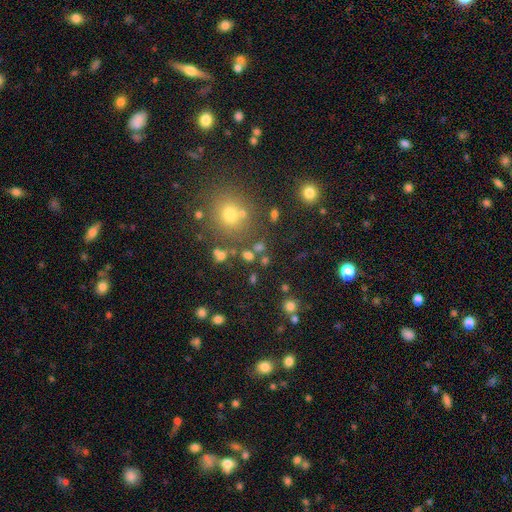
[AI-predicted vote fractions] The model was most divided on "smooth or featured": smooth: 57%, star or artifact: 33%, featured or disk: 9%. More confident: how rounded — round (85%); merging — none (76%).